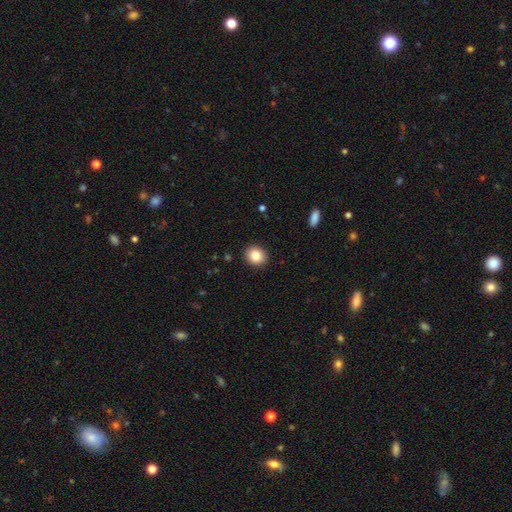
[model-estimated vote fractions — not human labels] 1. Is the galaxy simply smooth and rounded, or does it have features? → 84% smooth, 10% star or artifact, 6% featured or disk.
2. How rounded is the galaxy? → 75% round, 24% in between, 1% cigar-shaped.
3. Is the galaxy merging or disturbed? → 91% none, 6% minor disturbance, 2% major disturbance, 1% merger.